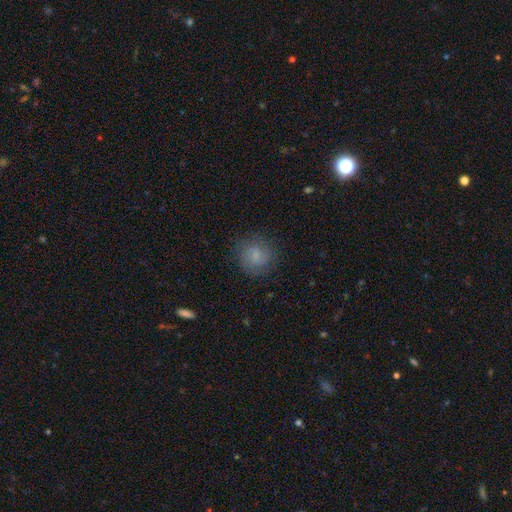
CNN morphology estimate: smooth 65%, featured or disk 26%, star or artifact 10%. Down the decision tree: how rounded — round (86%); merging — none (80%).